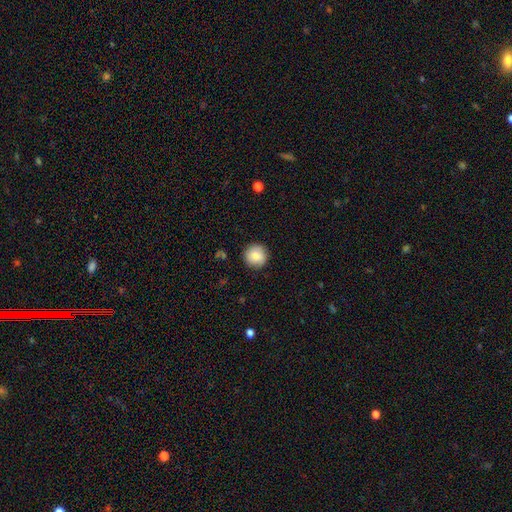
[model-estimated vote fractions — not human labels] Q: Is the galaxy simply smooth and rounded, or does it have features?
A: smooth — 84%.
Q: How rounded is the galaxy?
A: round — 95%.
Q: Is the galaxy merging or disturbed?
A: none — 90%.